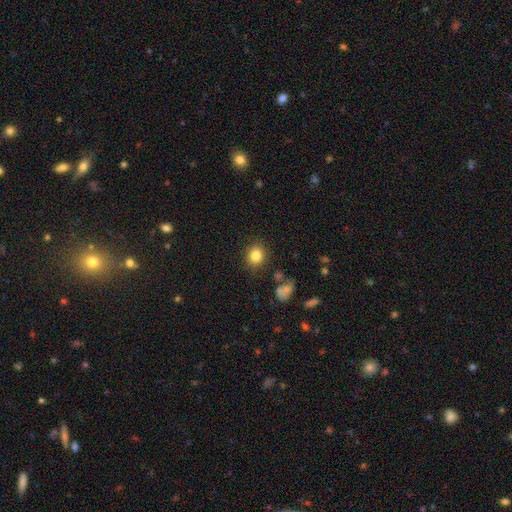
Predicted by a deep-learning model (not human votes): The model was most divided on "how rounded": round: 77%, in between: 22%, cigar-shaped: 1%. More confident: merging — none (86%); smooth or featured — smooth (82%).